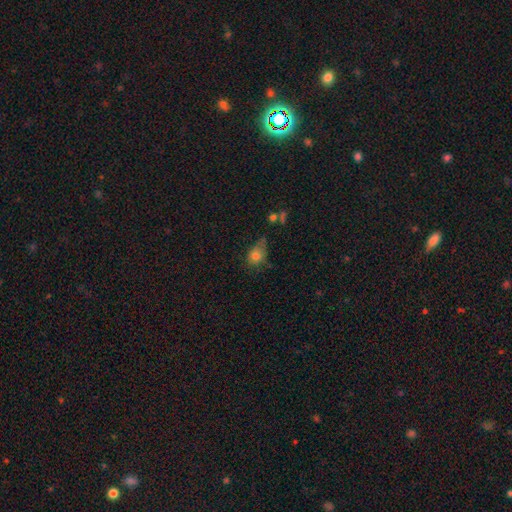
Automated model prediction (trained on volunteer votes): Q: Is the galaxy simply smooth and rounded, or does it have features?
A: smooth — 76%.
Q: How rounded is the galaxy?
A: in between — 57%.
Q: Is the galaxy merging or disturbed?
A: none — 38%.